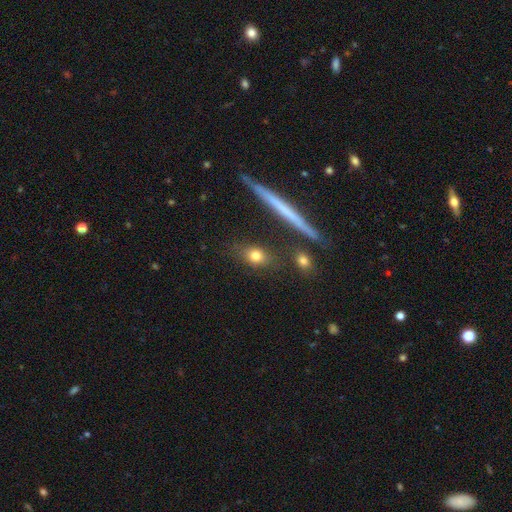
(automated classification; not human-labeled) Overall: smooth (78%). How rounded: round (44%, tied with in between). Merging: none (80%).